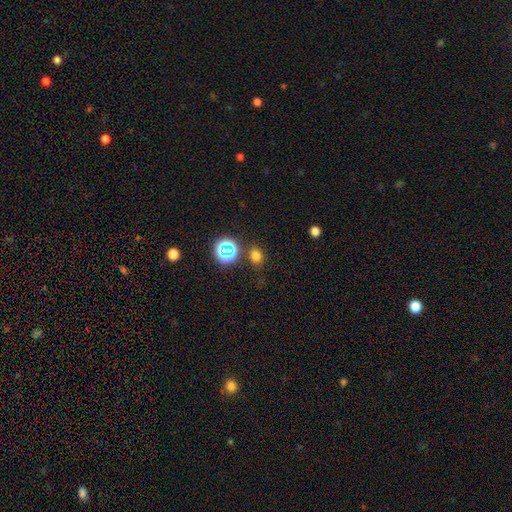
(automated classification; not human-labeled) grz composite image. It shows a smooth galaxy with no disk features (69%) that is round (57%). Merging: none (79%).